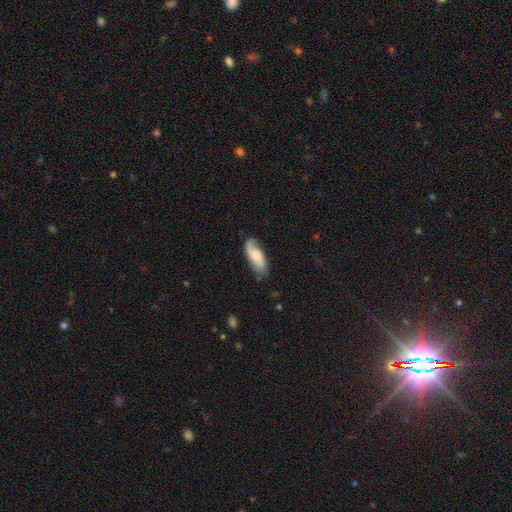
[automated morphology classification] This is possibly a smooth galaxy (49%). Merging: likely none (68%).